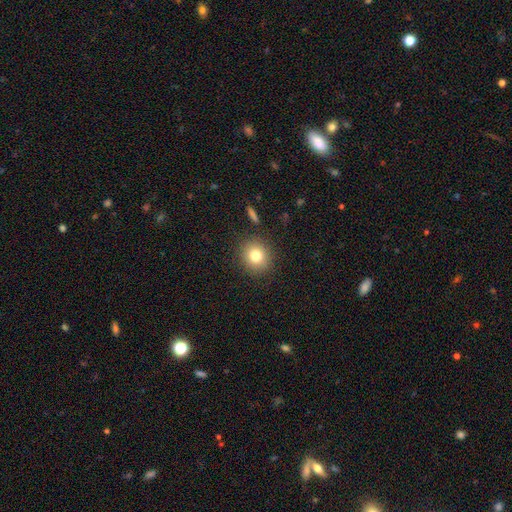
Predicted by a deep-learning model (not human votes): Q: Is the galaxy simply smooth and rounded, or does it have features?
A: smooth — 79%.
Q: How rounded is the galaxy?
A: round — 83%.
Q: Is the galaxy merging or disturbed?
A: none — 87%.